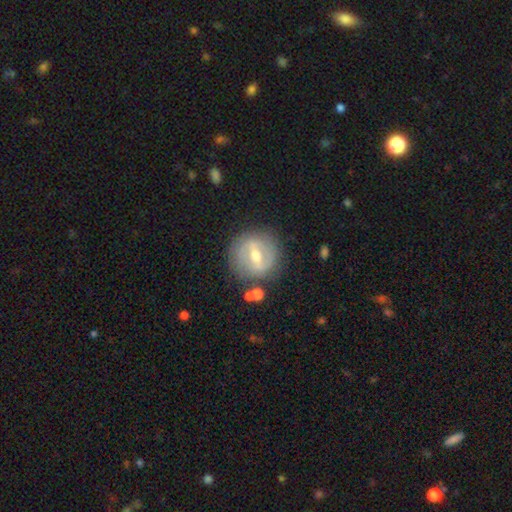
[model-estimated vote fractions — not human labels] Morphology: type=featured or disk (68%); edge-on=no (93%); bar=strong (46%); spiral arms=no (51%); bulge=moderate (72%); merging=none (80%).